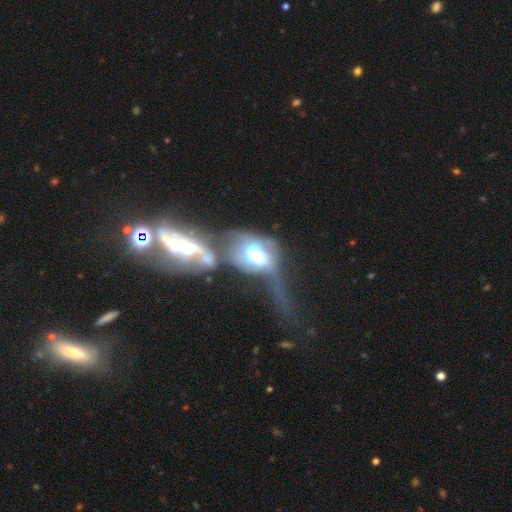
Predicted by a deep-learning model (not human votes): Smooth or featured? Predicted: featured or disk (p=0.48). Merging? Predicted: merger (p=0.54).